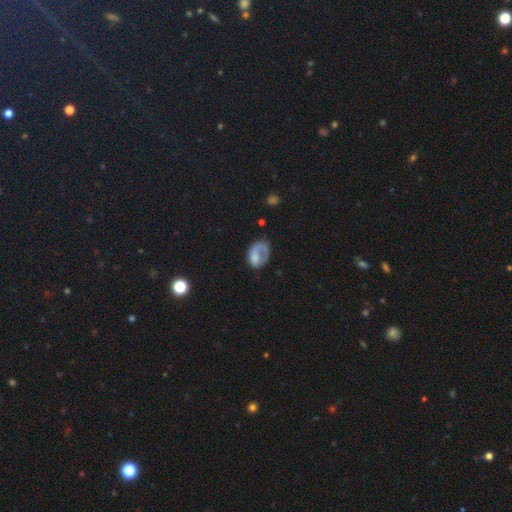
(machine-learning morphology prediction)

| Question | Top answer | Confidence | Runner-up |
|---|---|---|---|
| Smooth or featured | smooth | 54% | featured or disk (37%) |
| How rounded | in between | 76% | round (22%) |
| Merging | major disturbance | 38% | none (34%) |